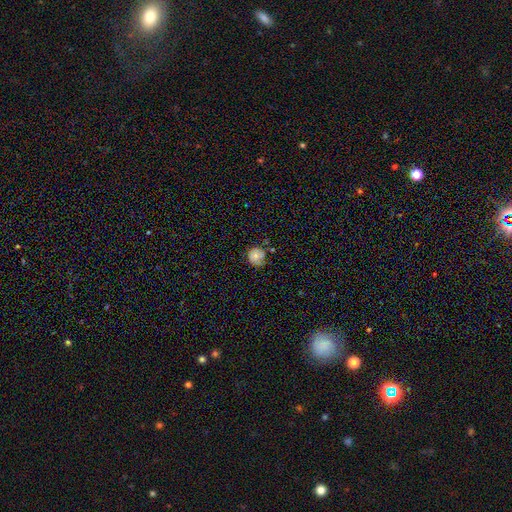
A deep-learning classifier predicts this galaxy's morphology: Overall: smooth (66%). How rounded: round (87%). Merging: none (63%; minor disturbance 26%).